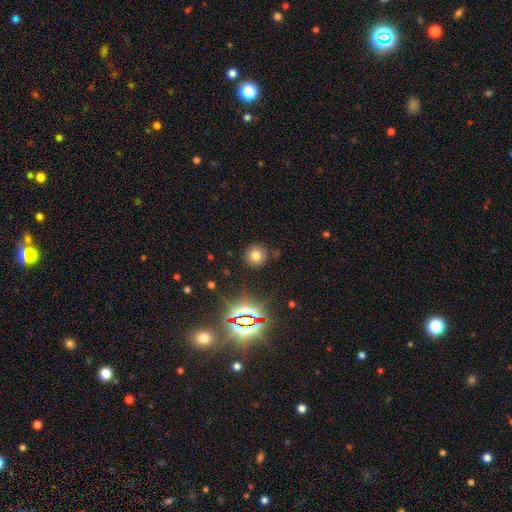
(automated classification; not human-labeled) The model was most divided on "smooth or featured": smooth: 71%, star or artifact: 21%, featured or disk: 8%. More confident: how rounded — round (92%); merging — none (87%).